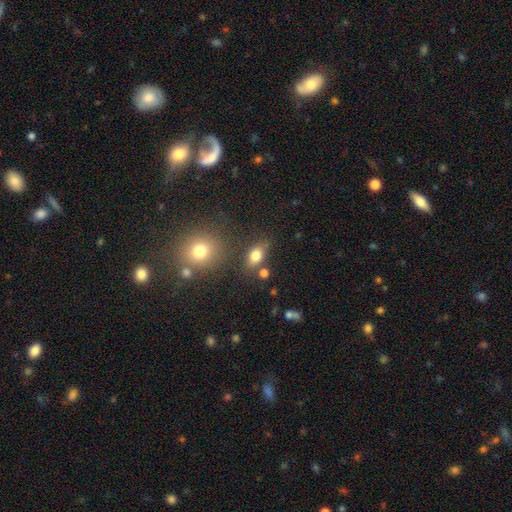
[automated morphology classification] type=smooth (80%); roundness=in between (82%); merging=none (70%).